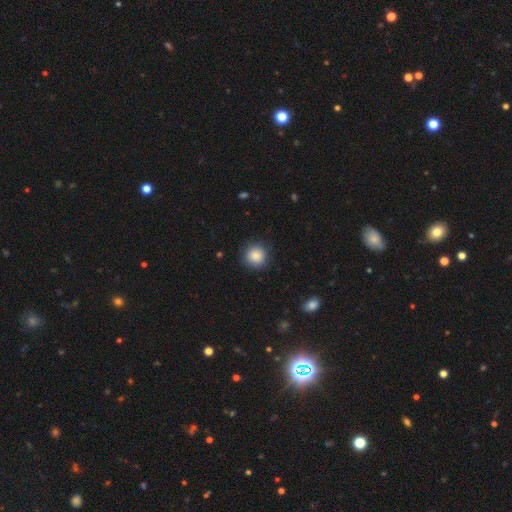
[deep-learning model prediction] Overall: smooth (85%). How rounded: round (94%). Merging: none (88%).